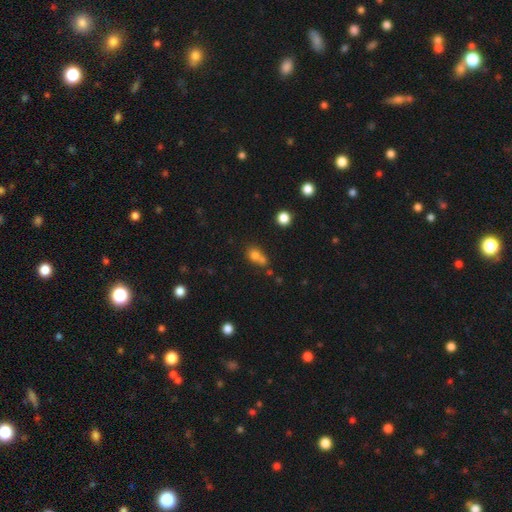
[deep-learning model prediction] Smooth or featured?
  - smooth: 73% *
  - star or artifact: 14%
  - featured or disk: 13%
How rounded?
  - round: 62% *
  - in between: 36%
  - cigar-shaped: 2%
Merging?
  - merger: 51% *
  - none: 33%
  - minor disturbance: 11%
  - major disturbance: 6%